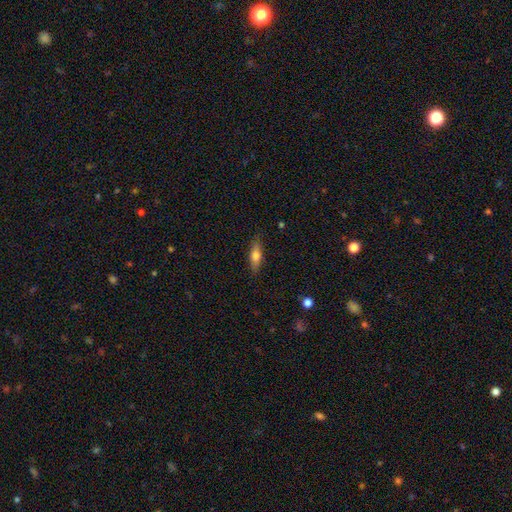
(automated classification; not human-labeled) Smooth or featured?
  - smooth: 65% *
  - featured or disk: 28%
  - star or artifact: 7%
How rounded?
  - in between: 49% *
  - cigar-shaped: 48%
  - round: 3%
Merging?
  - none: 84% *
  - minor disturbance: 12%
  - major disturbance: 3%
  - merger: 1%